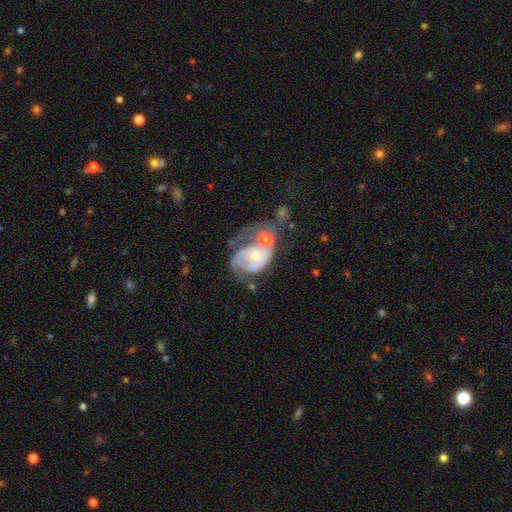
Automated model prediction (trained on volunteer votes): smooth-or-featured: featured or disk: 72% | smooth: 21% | star or artifact: 7%
  disk-edge-on: no: 97% | yes: 3%
    bar: no: 78% | weak: 18% | strong: 4%
    has-spiral-arms: yes: 75% | no: 25%
      spiral-winding: tight: 41% | medium: 37% | loose: 22%
      spiral-arm-count: 2: 46% | can't tell: 25% | 1: 21% | 3: 5% | 4: 2% | more than 4: 2%
    bulge-size: moderate: 56% | small: 38% | large: 3% | none: 2% | dominant: 1%
  merging: merger: 49% | major disturbance: 22% | none: 16% | minor disturbance: 13%